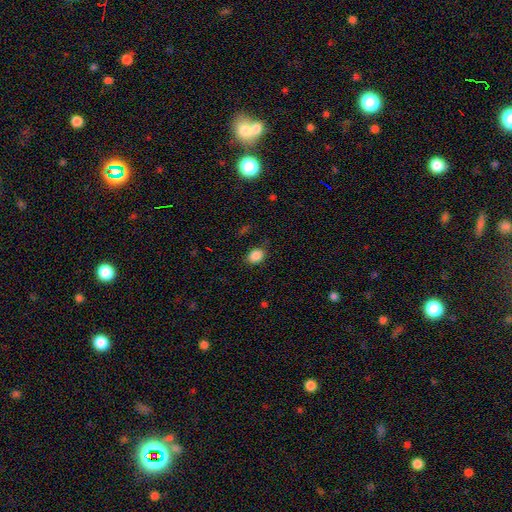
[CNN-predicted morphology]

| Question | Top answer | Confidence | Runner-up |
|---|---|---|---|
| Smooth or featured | smooth | 87% | star or artifact (9%) |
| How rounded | in between | 62% | round (37%) |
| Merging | none | 82% | minor disturbance (13%) |